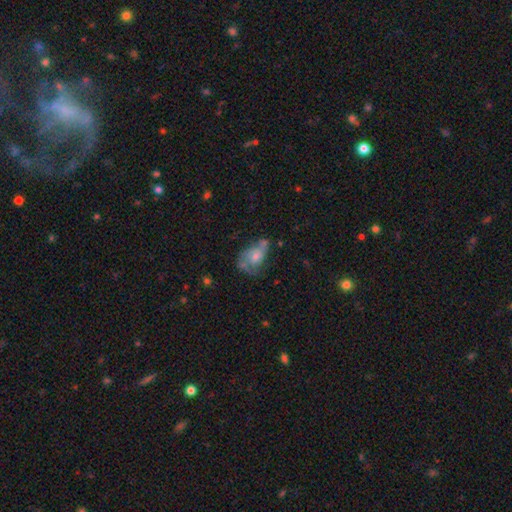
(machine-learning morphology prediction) The model was most divided on "bulge size": moderate: 44%, small: 41%, none: 7%, large: 6%, dominant: 2%. Remaining: edge-on disk — no (95%); bar — no (79%); spiral arms — yes (64%); smooth or featured — featured or disk (53%); merging — none (36%).